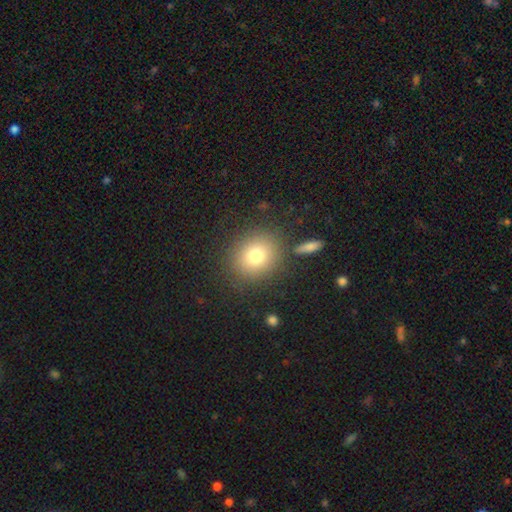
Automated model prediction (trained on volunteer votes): The model was most divided on "how rounded": round: 77%, in between: 22%, cigar-shaped: 1%. More confident: merging — none (83%); smooth or featured — smooth (76%).